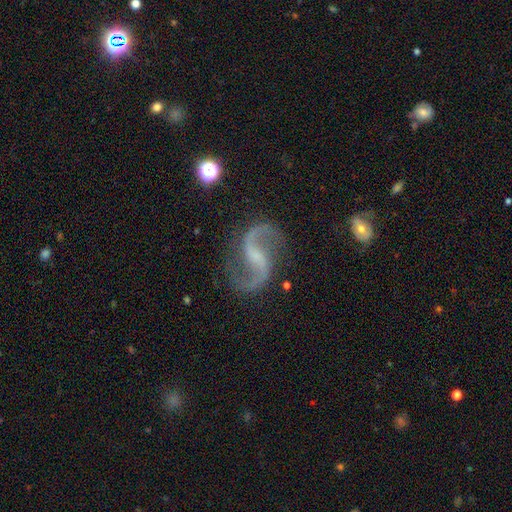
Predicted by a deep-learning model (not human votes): Smooth or featured? featured or disk (93%)
Edge-on disk? no (98%)
Bar? weak (48%)
Spiral arms? yes (98%)
Spiral winding? loose (63%)
Spiral arm count? 2 (95%)
Bulge size? small (52%)
Merging? none (82%)